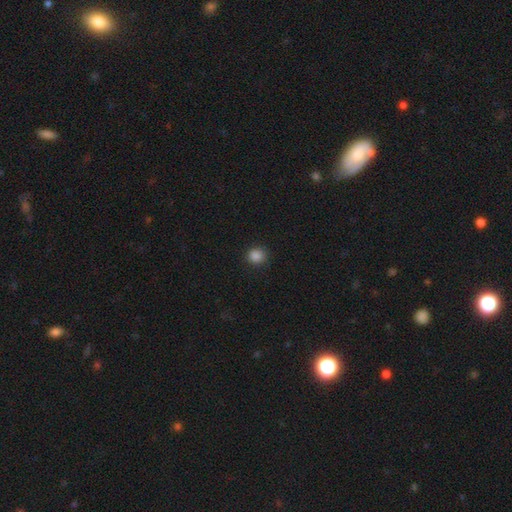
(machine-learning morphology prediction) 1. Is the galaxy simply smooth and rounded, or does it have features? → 85% smooth, 12% star or artifact, 3% featured or disk.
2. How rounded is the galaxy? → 85% round, 14% in between, 1% cigar-shaped.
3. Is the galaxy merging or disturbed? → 89% none, 8% minor disturbance, 2% major disturbance, 1% merger.